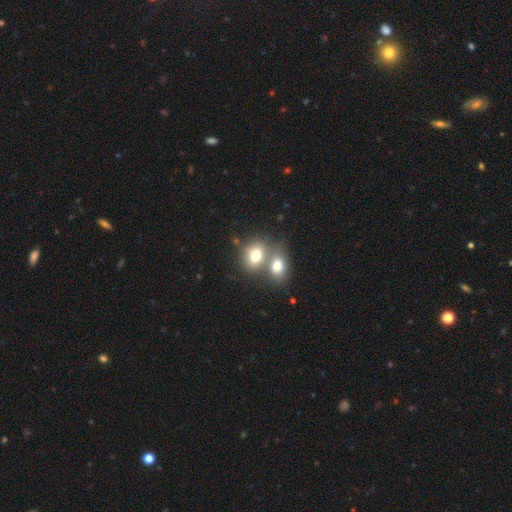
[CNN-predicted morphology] The model was most divided on "how rounded": in between: 53%, round: 45%, cigar-shaped: 1%. More confident: smooth or featured — smooth (75%); merging — merger (58%).